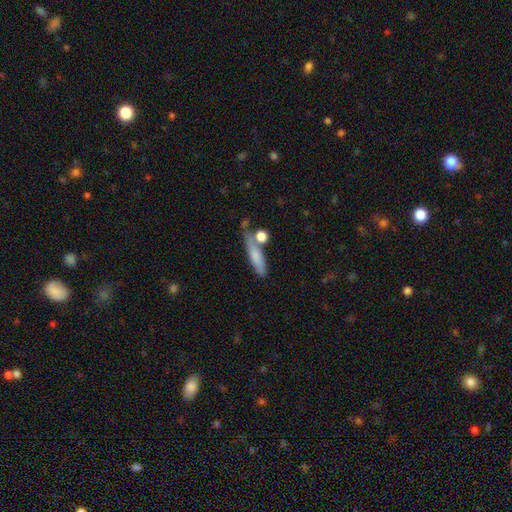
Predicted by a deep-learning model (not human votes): Q: Smooth or featured?
A: smooth (72%); runner-up: featured or disk (21%)
Q: How rounded?
A: cigar-shaped (70%); runner-up: in between (24%)
Q: Merging?
A: none (56%); runner-up: minor disturbance (18%)